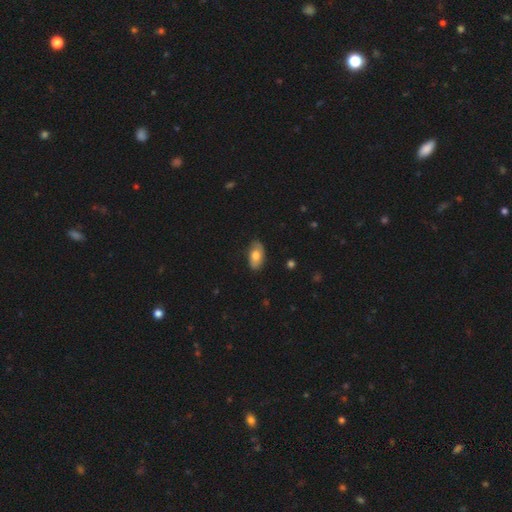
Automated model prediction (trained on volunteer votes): Smooth or featured? smooth (69%)
How rounded? in between (93%)
Merging? none (78%)